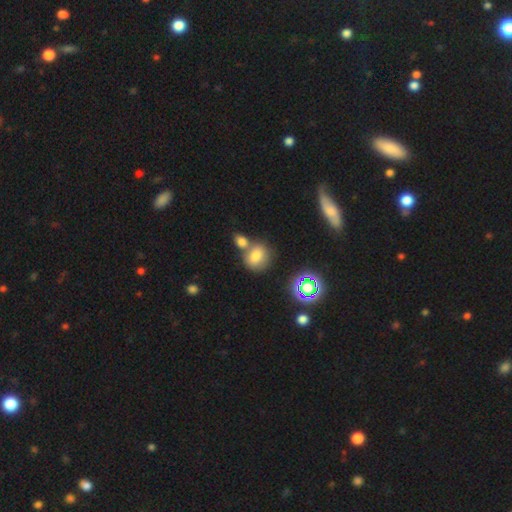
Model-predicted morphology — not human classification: A smooth galaxy with no disk features (74%) that is round (54%). Merging: none (47%).